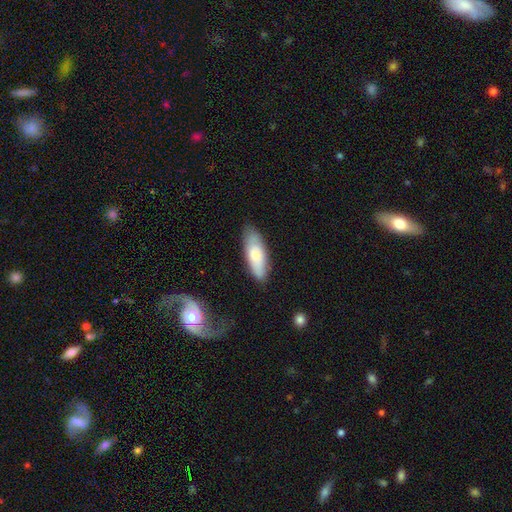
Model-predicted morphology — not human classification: Smooth or featured?
  - smooth: 74% *
  - featured or disk: 20%
  - star or artifact: 6%
How rounded?
  - in between: 66% *
  - cigar-shaped: 32%
  - round: 2%
Merging?
  - none: 77% *
  - minor disturbance: 18%
  - major disturbance: 4%
  - merger: 2%